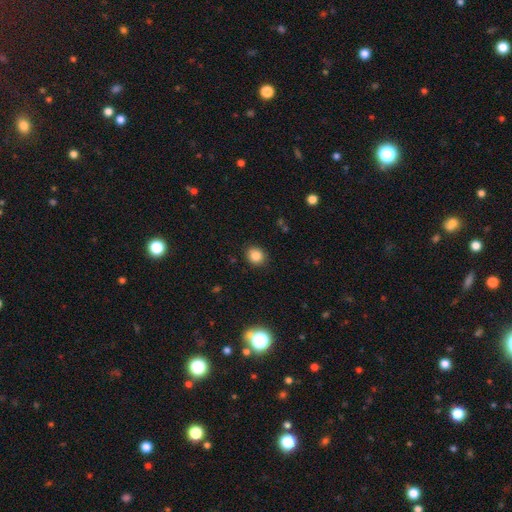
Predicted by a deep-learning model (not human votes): Smooth or featured? Predicted: smooth (p=0.85). How rounded? Predicted: round (p=0.73). Merging? Predicted: none (p=0.88).